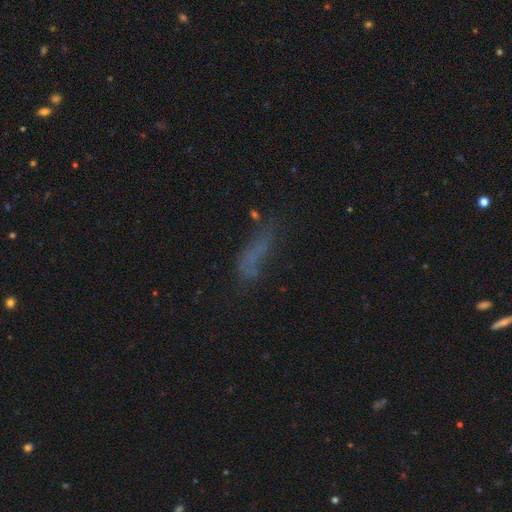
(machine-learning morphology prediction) Smooth or featured? smooth (52%)
How rounded? cigar-shaped (55%)
Merging? none (52%)